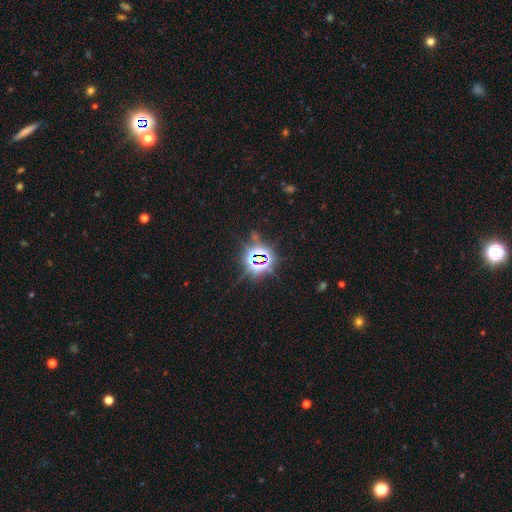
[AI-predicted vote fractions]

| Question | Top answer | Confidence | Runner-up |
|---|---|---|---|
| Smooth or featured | star or artifact | 81% | smooth (11%) |